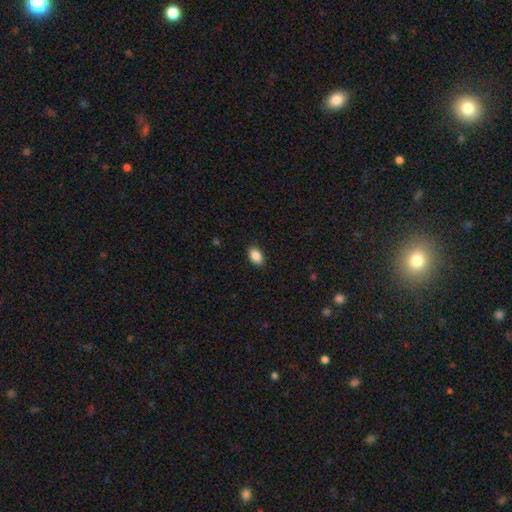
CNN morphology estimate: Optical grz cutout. It shows a smooth galaxy with no disk features (89%) that is in between round and cigar-shaped (91%). Merging: none (88%).